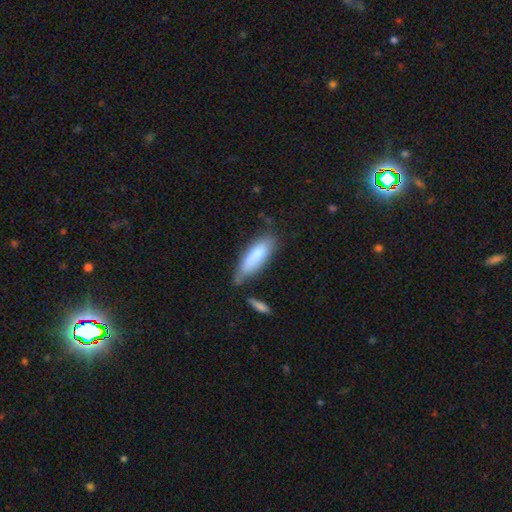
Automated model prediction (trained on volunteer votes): The model was most divided on "how rounded": in between: 51%, cigar-shaped: 48%, round: 2%. More confident: smooth or featured — smooth (80%); merging — none (53%).